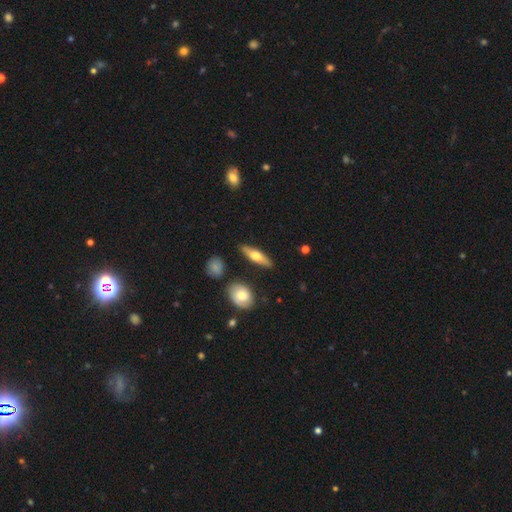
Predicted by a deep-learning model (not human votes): Overall: smooth (51%; featured or disk 43%). How rounded: cigar-shaped (56%; in between 41%). Merging: none (86%).